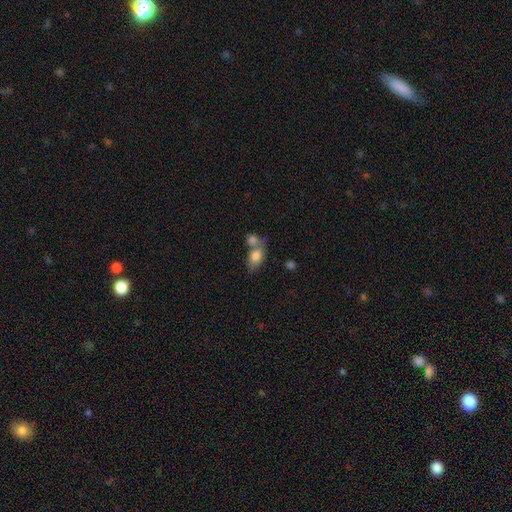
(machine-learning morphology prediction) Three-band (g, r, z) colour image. It shows a smooth galaxy with no disk features (79%) that is in between round and cigar-shaped (80%). Merging: merger (47%).